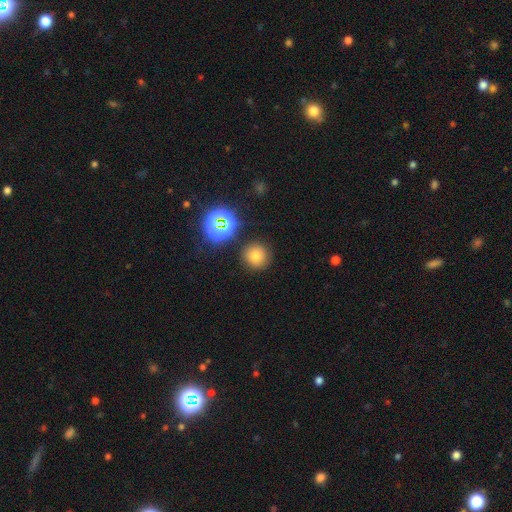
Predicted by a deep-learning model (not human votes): Smooth or featured? Predicted: smooth (p=0.71). How rounded? Predicted: round (p=0.94). Merging? Predicted: none (p=0.88).